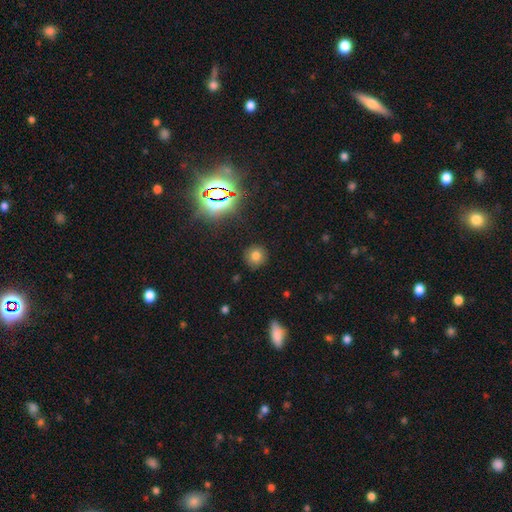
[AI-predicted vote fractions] smooth_or_featured: smooth (p=0.73) [alt: star or artifact p=0.19]
how_rounded: round (p=0.91) [alt: in between p=0.08]
merging: none (p=0.89) [alt: minor disturbance p=0.08]